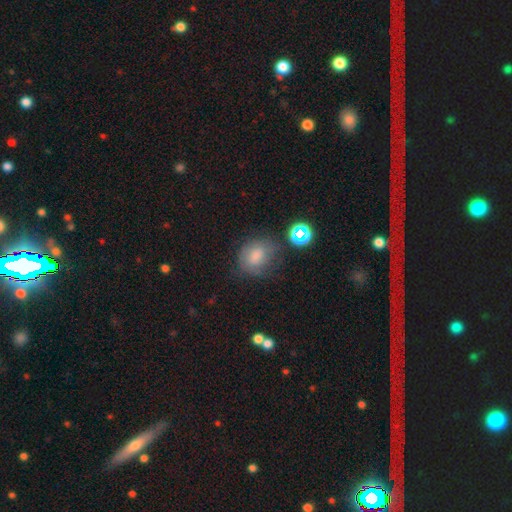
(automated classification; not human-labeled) smooth-or-featured: smooth: 63% | featured or disk: 19% | star or artifact: 18%
  how-rounded: round: 54% | in between: 45% | cigar-shaped: 1%
  merging: none: 63% | minor disturbance: 23% | major disturbance: 10% | merger: 4%